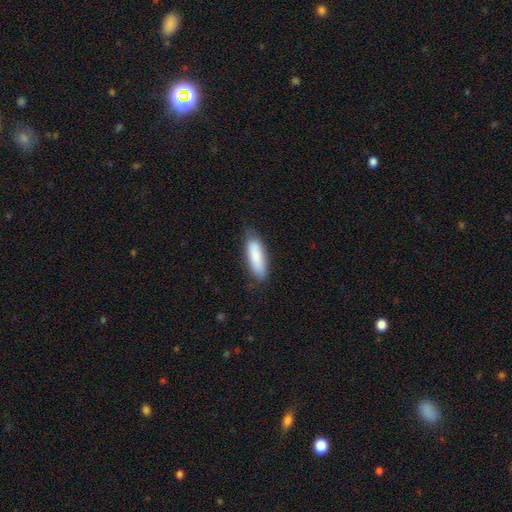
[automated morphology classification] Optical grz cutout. It shows a smooth galaxy with no disk features (85%) that is in between round and cigar-shaped (54%). Merging: none (75%).